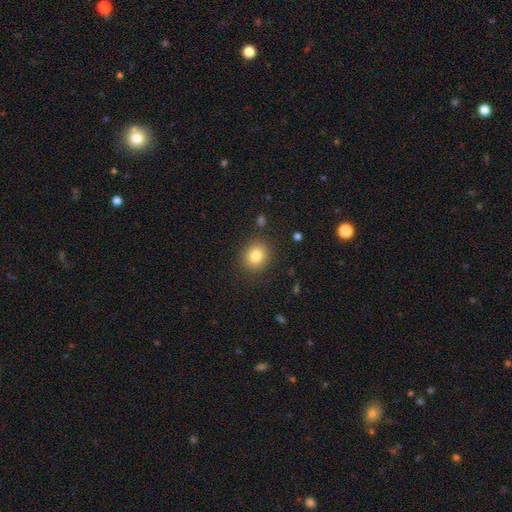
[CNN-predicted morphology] Smooth or featured? Predicted: smooth (p=0.83). How rounded? Predicted: round (p=0.76). Merging? Predicted: none (p=0.87).